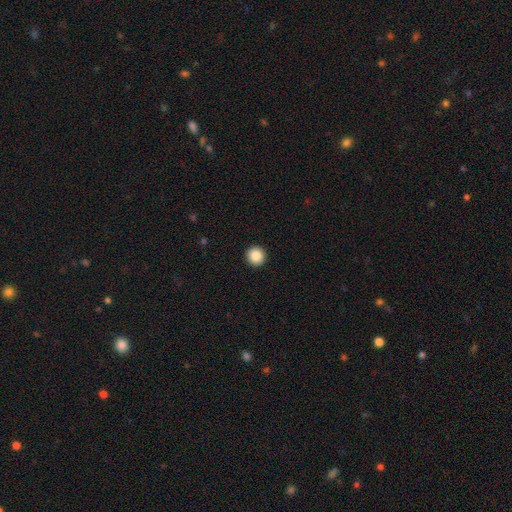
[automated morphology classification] A smooth galaxy with no disk features (88%) that is round (94%).

Vote fractions:
- Smooth or featured? smooth: 88% / star or artifact: 9% / featured or disk: 3%
- How rounded? round: 94% / in between: 5% / cigar-shaped: 1%
- Merging? none: 94% / minor disturbance: 4% / major disturbance: 1% / merger: 1%